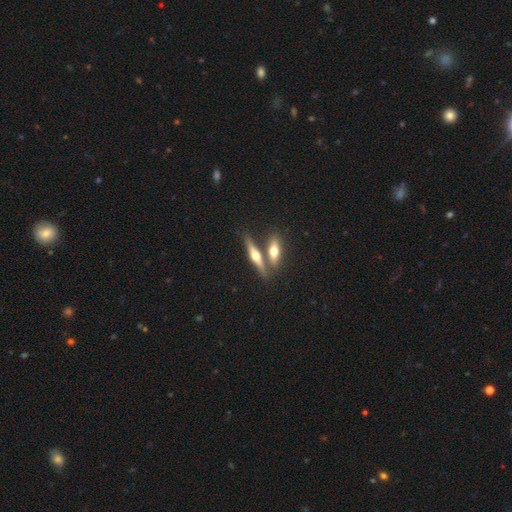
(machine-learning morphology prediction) A featured or disk galaxy (59%) viewed edge-on (93%) with a rounded central bulge (95%). Merging: none (59%).